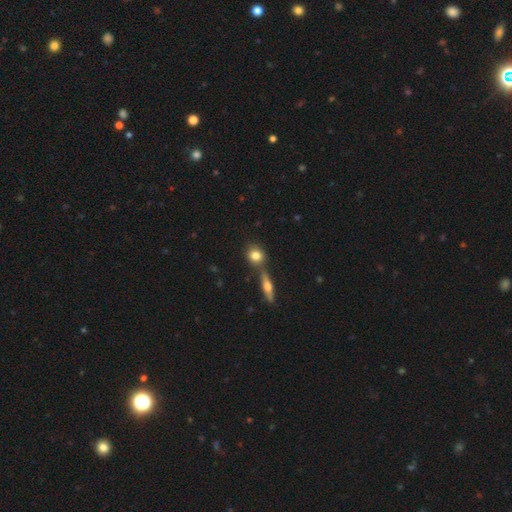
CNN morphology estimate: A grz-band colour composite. It shows a smooth galaxy with no disk features (79%) that is round (63%). Merging: none (60%).